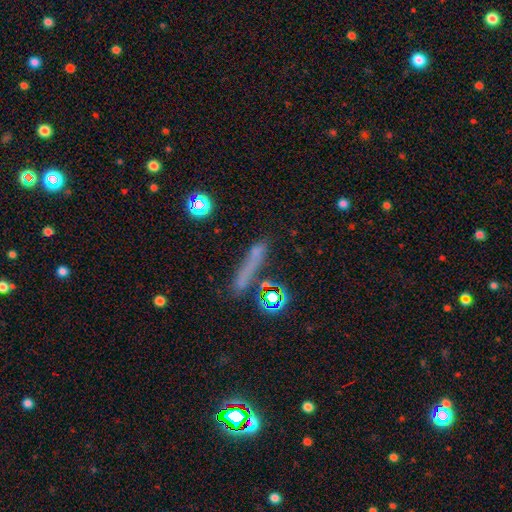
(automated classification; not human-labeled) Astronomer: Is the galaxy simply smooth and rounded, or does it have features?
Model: smooth — 54%.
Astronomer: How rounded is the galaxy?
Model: cigar-shaped — 82%.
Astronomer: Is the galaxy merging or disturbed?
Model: none — 63%.